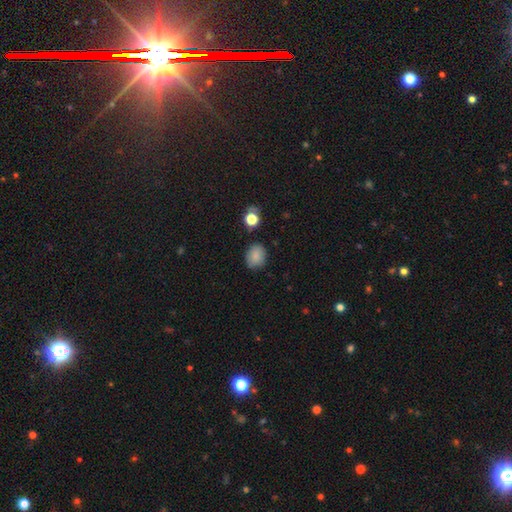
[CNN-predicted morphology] The model was most divided on "how rounded": round: 54%, in between: 45%, cigar-shaped: 1%. More confident: smooth or featured — smooth (84%); merging — none (79%).